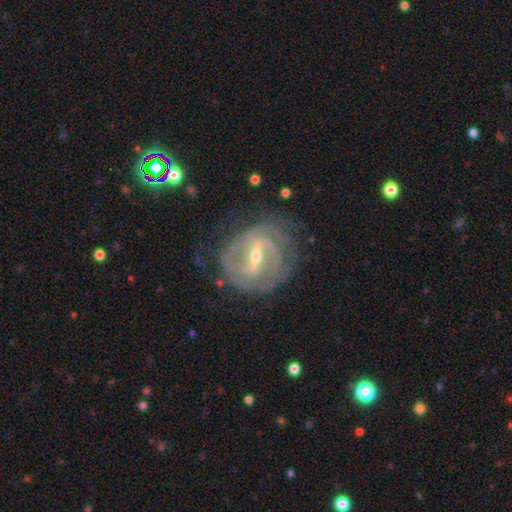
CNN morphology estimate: smooth_or_featured: featured or disk (p=0.90) [alt: smooth p=0.05]
disk_edge_on: no (p=0.96) [alt: yes p=0.04]
bar: strong (p=0.57) [alt: weak p=0.35]
has_spiral_arms: yes (p=0.96) [alt: no p=0.04]
spiral_winding: tight (p=0.49) [alt: medium p=0.41]
spiral_arm_count: 2 (p=0.57) [alt: 3 p=0.16]
bulge_size: small (p=0.53) [alt: moderate p=0.44]
merging: none (p=0.72) [alt: minor disturbance p=0.18]